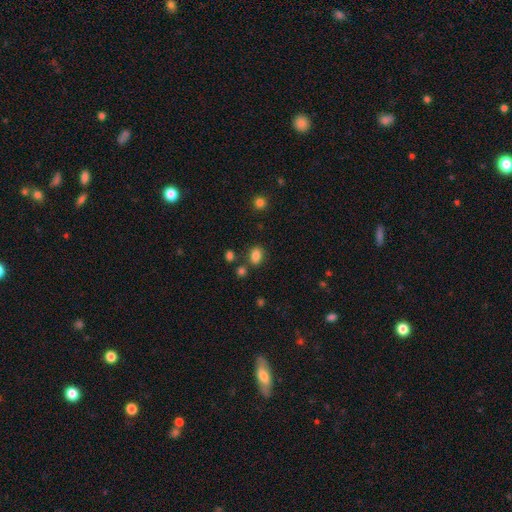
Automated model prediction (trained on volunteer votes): Smooth or featured? Predicted: smooth (p=0.83). How rounded? Predicted: in between (p=0.69). Merging? Predicted: none (p=0.76).